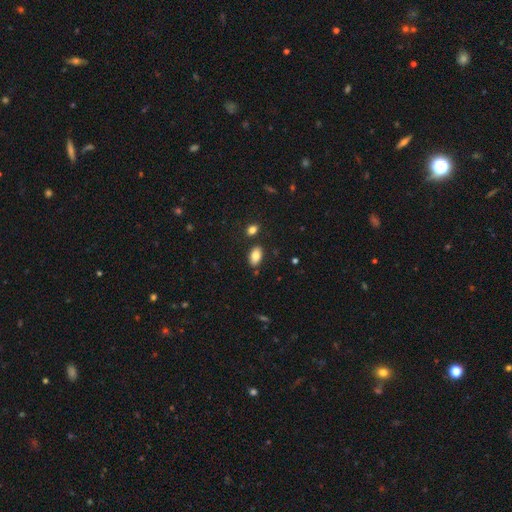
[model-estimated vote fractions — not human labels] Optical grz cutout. It shows a smooth galaxy with no disk features (83%) that is in between round and cigar-shaped (92%). Merging: none (82%).